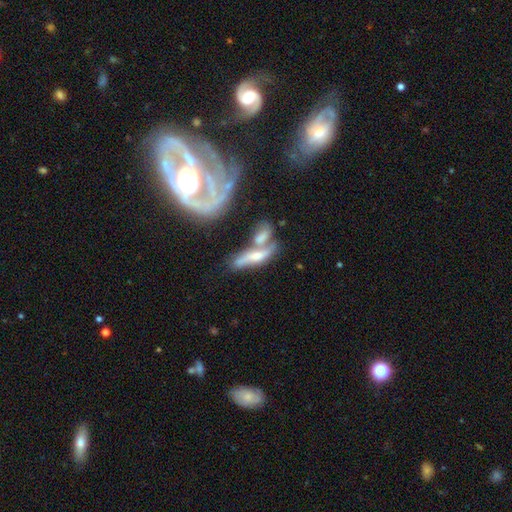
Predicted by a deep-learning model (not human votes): Smooth or featured? featured or disk (51%)
Edge-on disk? yes (53%)
Merging? merger (52%)